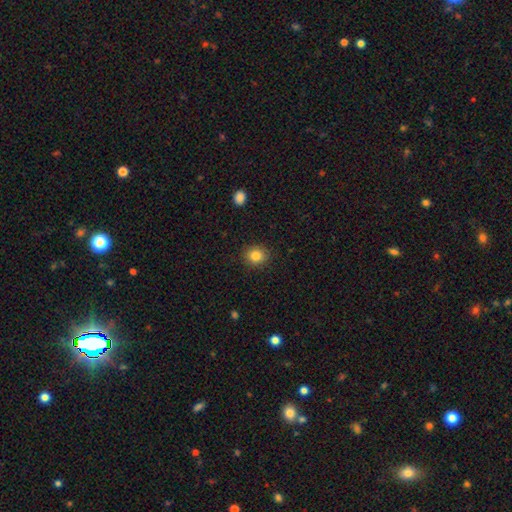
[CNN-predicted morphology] Q: Smooth or featured?
A: smooth (84%); runner-up: star or artifact (10%)
Q: How rounded?
A: round (78%); runner-up: in between (22%)
Q: Merging?
A: none (89%); runner-up: minor disturbance (7%)